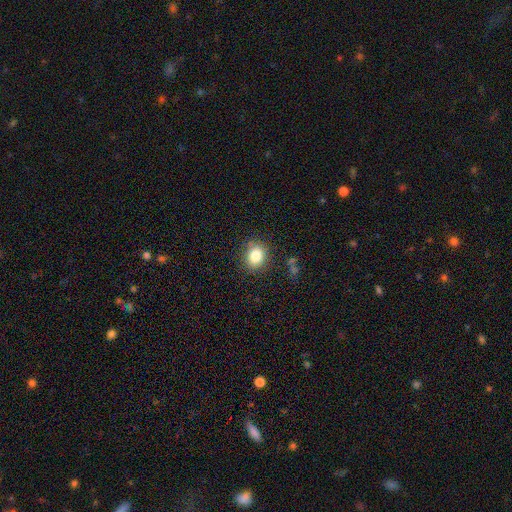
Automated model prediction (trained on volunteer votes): Smooth or featured? smooth (83%)
How rounded? round (62%)
Merging? none (83%)